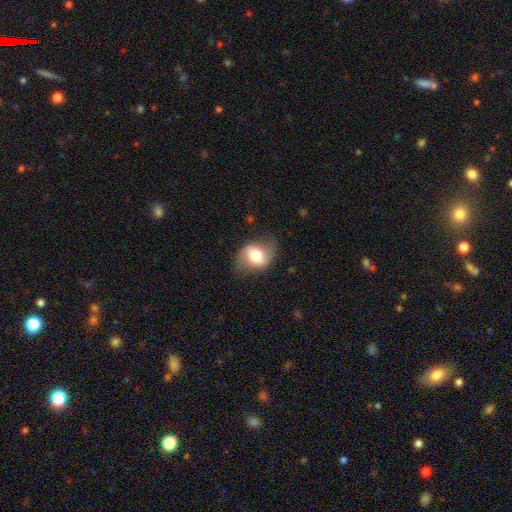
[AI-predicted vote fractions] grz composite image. It shows a smooth galaxy with no disk features (53%) that is in between round and cigar-shaped (63%). Merging: none (69%).